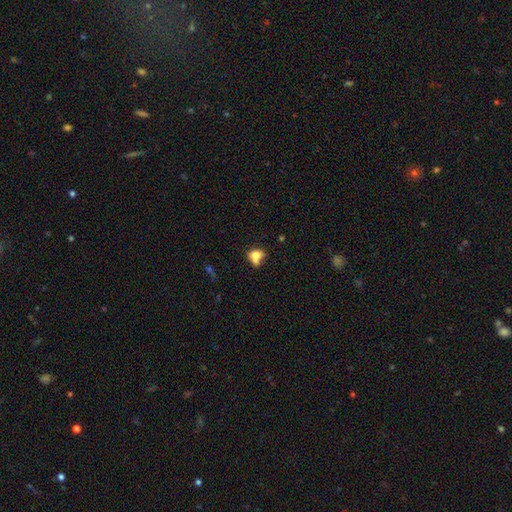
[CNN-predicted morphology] Overall: smooth (73%). How rounded: in between (56%; round 42%). Merging: merger (36%; none 30%).